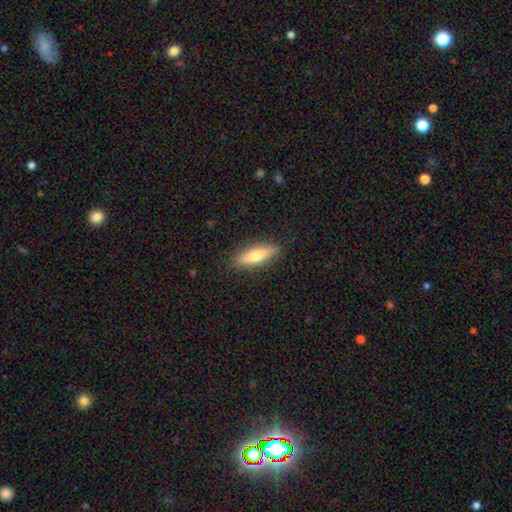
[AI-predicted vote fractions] Q: Smooth or featured?
A: smooth (63%); runner-up: featured or disk (31%)
Q: How rounded?
A: cigar-shaped (61%); runner-up: in between (37%)
Q: Merging?
A: none (88%); runner-up: minor disturbance (9%)